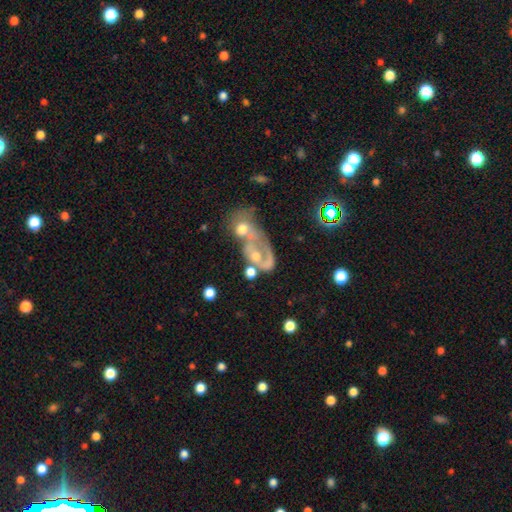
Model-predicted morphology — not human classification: Smooth or featured? featured or disk (60%)
Edge-on disk? no (95%)
Bar? no (79%)
Spiral arms? no (53%)
Bulge size? moderate (48%)
Merging? merger (60%)